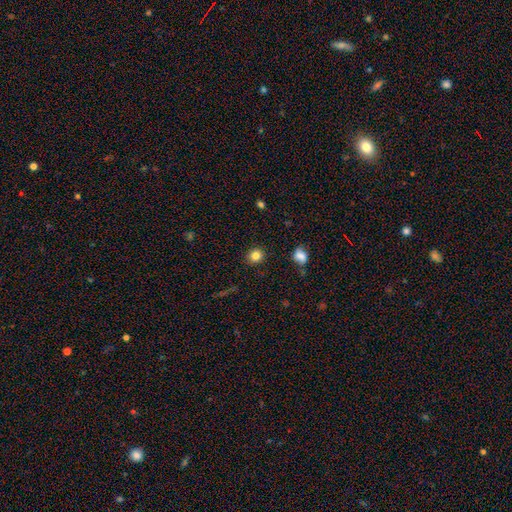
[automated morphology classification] Smooth or featured?
  - smooth: 83% *
  - star or artifact: 11%
  - featured or disk: 6%
How rounded?
  - round: 83% *
  - in between: 16%
  - cigar-shaped: 1%
Merging?
  - none: 90% *
  - minor disturbance: 7%
  - major disturbance: 2%
  - merger: 1%